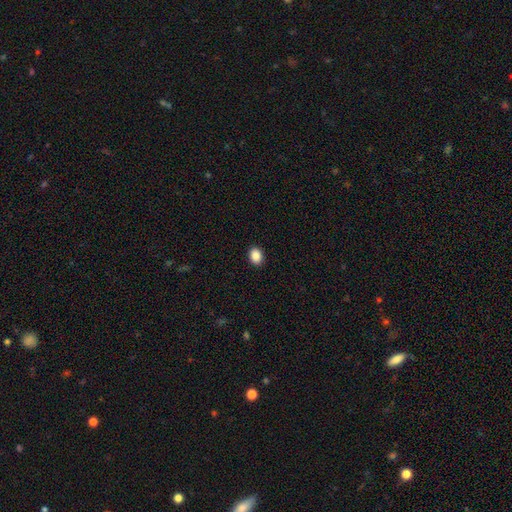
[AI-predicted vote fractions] The model was most divided on "how rounded": in between: 64%, round: 35%, cigar-shaped: 1%. More confident: merging — none (92%); smooth or featured — smooth (88%).